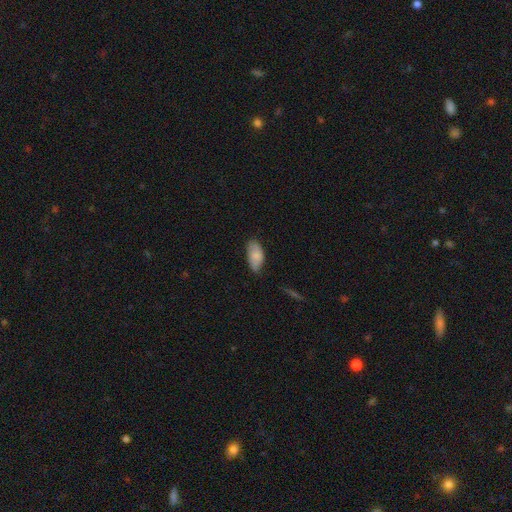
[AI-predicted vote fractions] The model was most divided on "merging": none: 65%, minor disturbance: 29%, major disturbance: 5%, merger: 1%. More confident: how rounded — in between (93%); smooth or featured — smooth (82%).